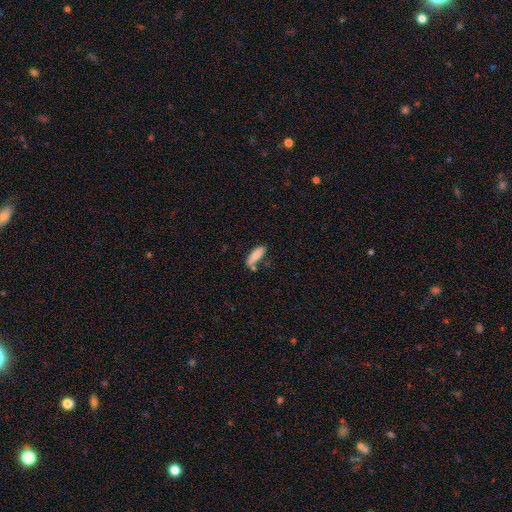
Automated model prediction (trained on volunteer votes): Q: Smooth or featured?
A: smooth (82%); runner-up: featured or disk (11%)
Q: How rounded?
A: in between (57%); runner-up: cigar-shaped (41%)
Q: Merging?
A: none (53%); runner-up: minor disturbance (21%)